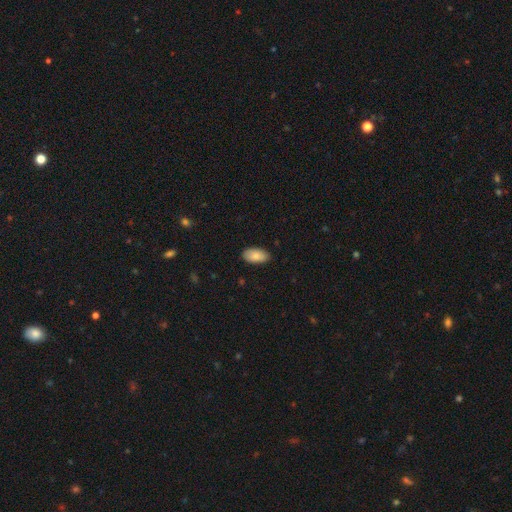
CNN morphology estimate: type=smooth (85%); roundness=in between (95%); merging=none (85%).